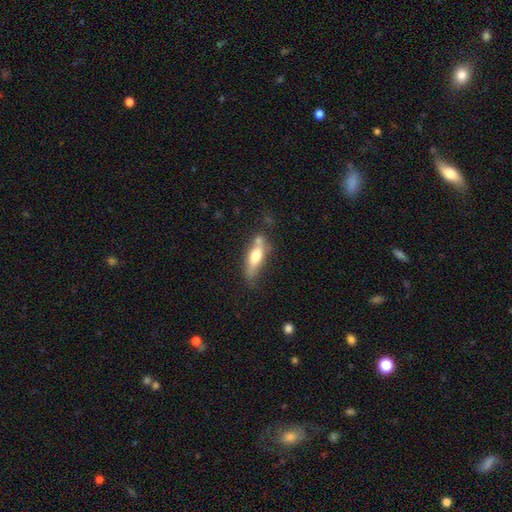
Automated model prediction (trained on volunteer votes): This appears to be a smooth galaxy with no disk features (61%) that is in between round and cigar-shaped (50%). Merging: none (51%).